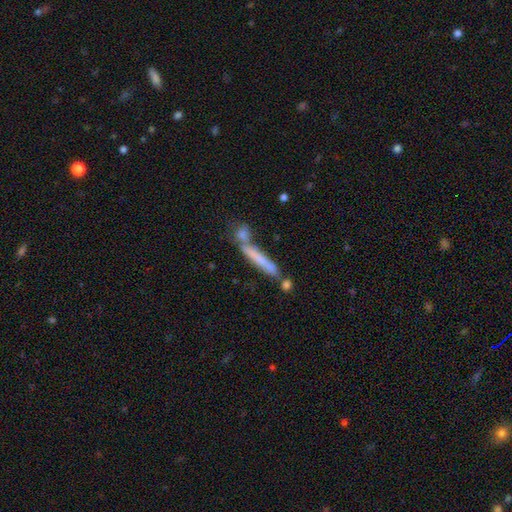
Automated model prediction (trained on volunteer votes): smooth 55%, featured or disk 36%, star or artifact 10%. Down the decision tree: how rounded — cigar-shaped (94%); merging — none (62%).